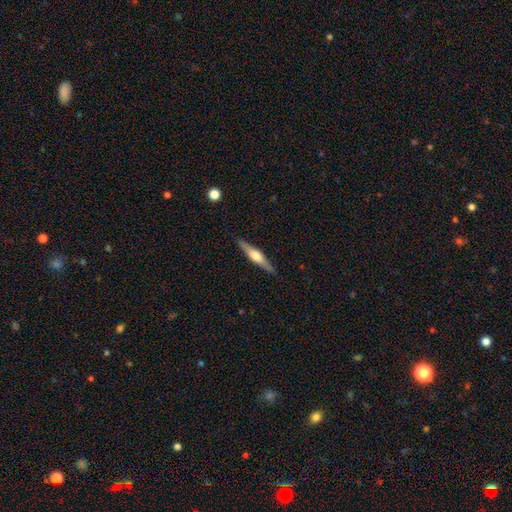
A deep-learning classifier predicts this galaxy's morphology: smooth_or_featured: featured or disk (p=0.70) [alt: smooth p=0.25]
disk_edge_on: yes (p=0.97) [alt: no p=0.03]
edge_on_bulge: rounded (p=0.83) [alt: boxy p=0.14]
merging: none (p=0.89) [alt: minor disturbance p=0.08]